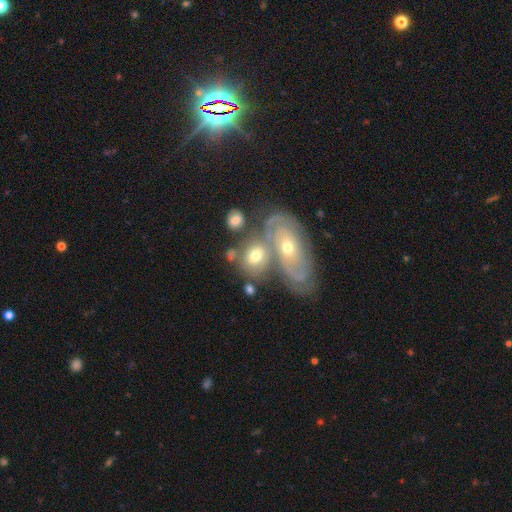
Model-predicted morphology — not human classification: Overall: featured or disk (50%; smooth 41%). Merging: merger (49%; none 31%).